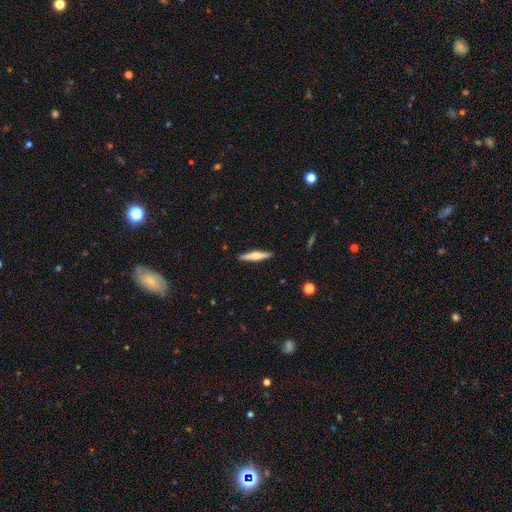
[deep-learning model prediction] smooth-or-featured: featured or disk: 51% | smooth: 44% | star or artifact: 6%
  disk-edge-on: yes: 96% | no: 4%
  merging: none: 91% | minor disturbance: 7% | major disturbance: 1% | merger: 1%